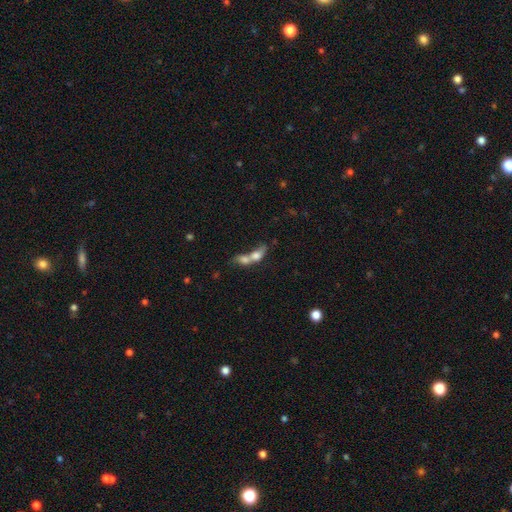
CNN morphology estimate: smooth_or_featured: smooth (p=0.65) [alt: featured or disk p=0.25]
how_rounded: in between (p=0.62) [alt: round p=0.23]
merging: merger (p=0.78) [alt: none p=0.11]